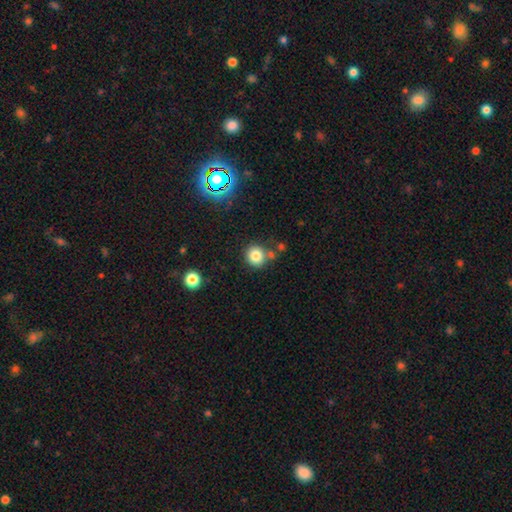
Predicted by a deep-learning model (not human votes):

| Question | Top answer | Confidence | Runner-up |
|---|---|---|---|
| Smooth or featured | smooth | 80% | star or artifact (12%) |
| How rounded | round | 88% | in between (11%) |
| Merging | none | 73% | minor disturbance (12%) |